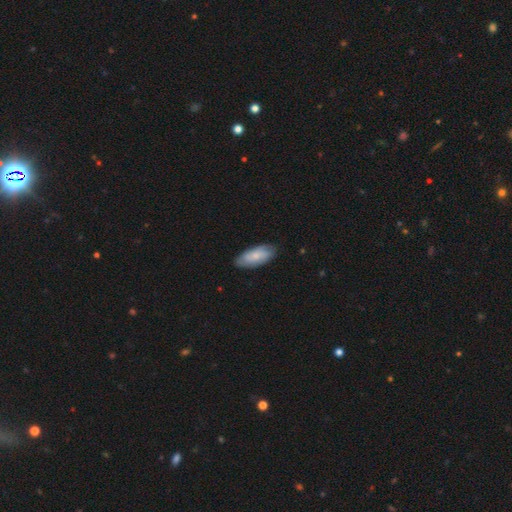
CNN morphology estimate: This is likely a smooth galaxy (64%). How rounded: clearly in between (82%). Merging: clearly none (80%).